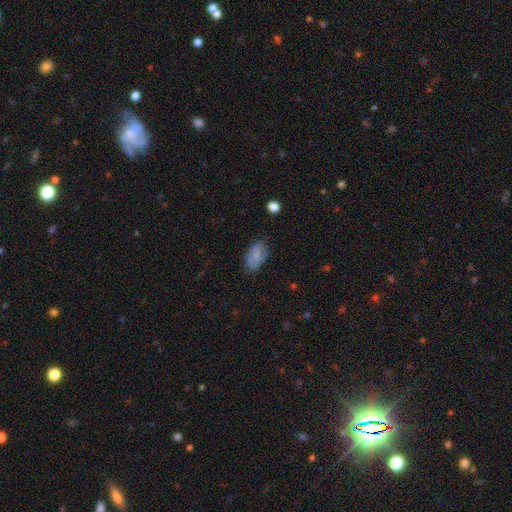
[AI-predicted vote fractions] smooth-or-featured: smooth: 79% | featured or disk: 13% | star or artifact: 8%
  how-rounded: in between: 93% | round: 5% | cigar-shaped: 2%
  merging: none: 71% | minor disturbance: 22% | major disturbance: 5% | merger: 2%